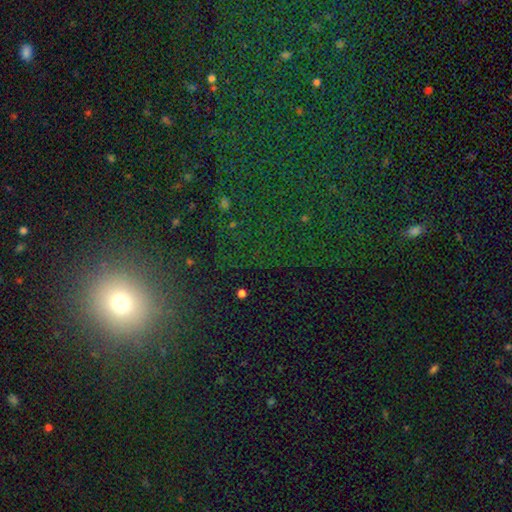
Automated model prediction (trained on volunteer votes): Smooth or featured: smooth — 47% (star or artifact — 45%)
Merging: none — 89% (minor disturbance — 6%)